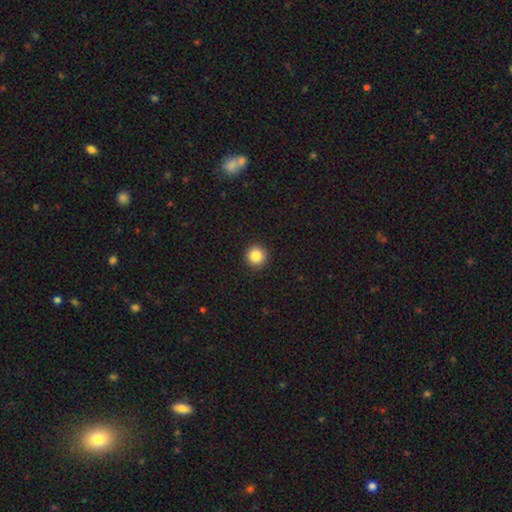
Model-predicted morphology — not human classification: smooth 86%, star or artifact 10%, featured or disk 4%. Down the decision tree: how rounded — round (95%); merging — none (93%).